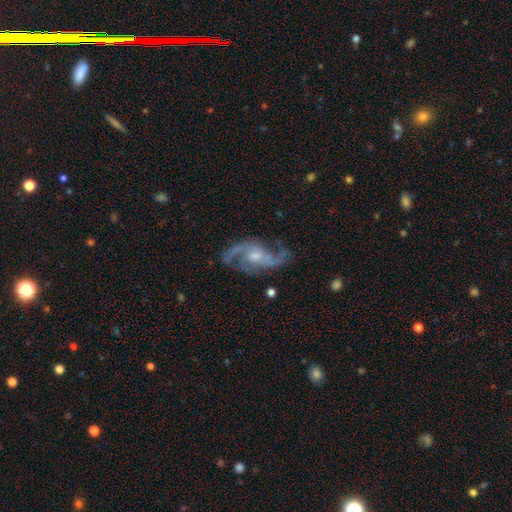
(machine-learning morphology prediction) Smooth or featured? featured or disk (89%)
Edge-on disk? no (97%)
Bar? no (53%)
Spiral arms? yes (97%)
Spiral winding? medium (47%)
Spiral arm count? 2 (72%)
Bulge size? moderate (49%)
Merging? none (71%)